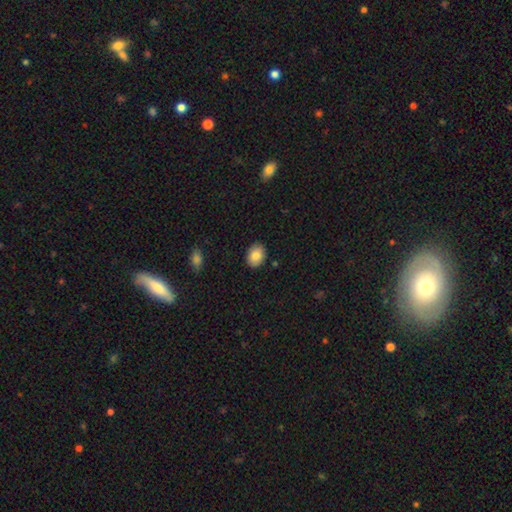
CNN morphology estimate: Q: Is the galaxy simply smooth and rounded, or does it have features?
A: smooth — 84%.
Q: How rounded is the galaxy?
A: in between — 67%.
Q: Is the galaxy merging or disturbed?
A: none — 88%.